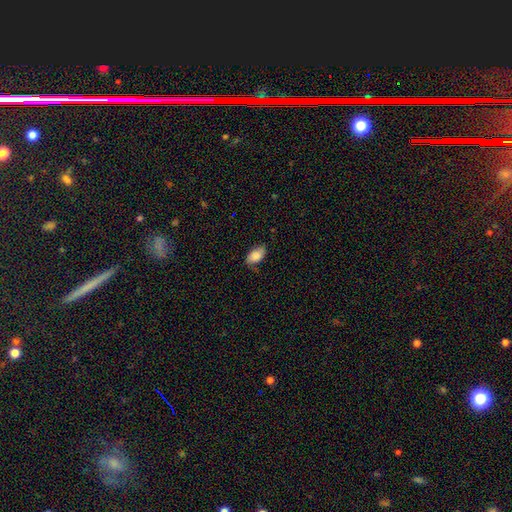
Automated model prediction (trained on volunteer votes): This appears to be a smooth galaxy with no disk features (84%) that is in between round and cigar-shaped (93%). Merging: none (72%).